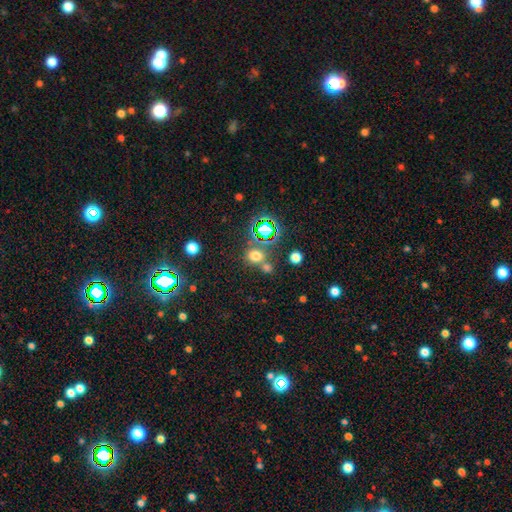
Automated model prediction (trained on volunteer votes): smooth-or-featured: smooth: 62% | star or artifact: 30% | featured or disk: 8%
  how-rounded: round: 75% | in between: 24% | cigar-shaped: 1%
  merging: none: 61% | merger: 25% | minor disturbance: 9% | major disturbance: 5%